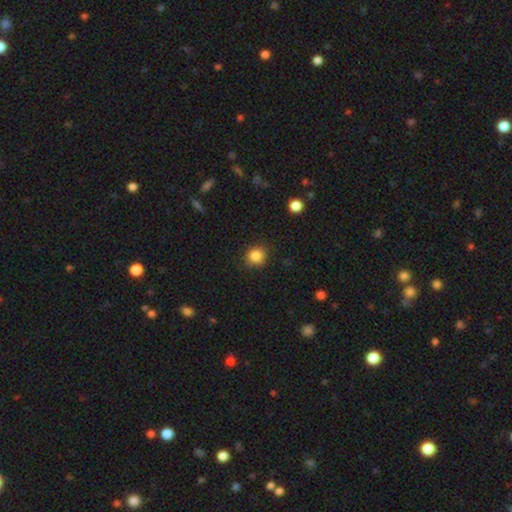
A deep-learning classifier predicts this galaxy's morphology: smooth-or-featured: smooth: 85% | star or artifact: 11% | featured or disk: 4%
  how-rounded: round: 81% | in between: 18% | cigar-shaped: 1%
  merging: none: 87% | minor disturbance: 10% | major disturbance: 2% | merger: 1%